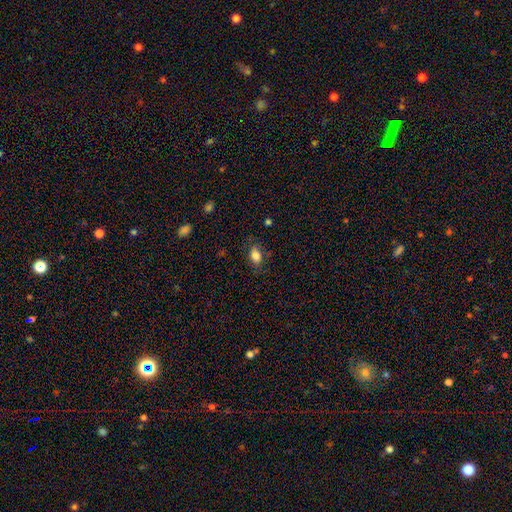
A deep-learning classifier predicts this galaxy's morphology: This is clearly a smooth galaxy (82%). How rounded: clearly in between (86%). Merging: likely none (79%).